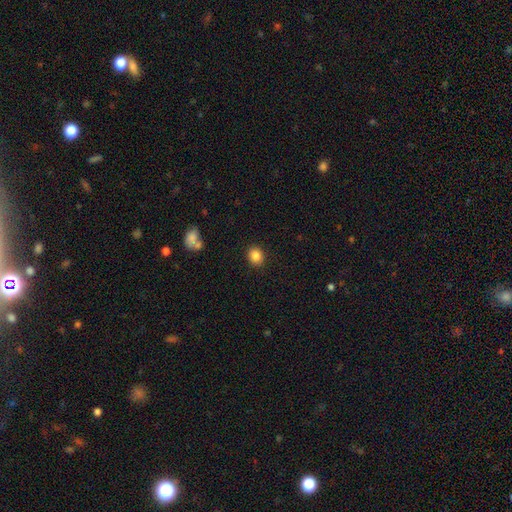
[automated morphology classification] A smooth galaxy with no disk features (84%) that is round (68%). Merging: none (90%).